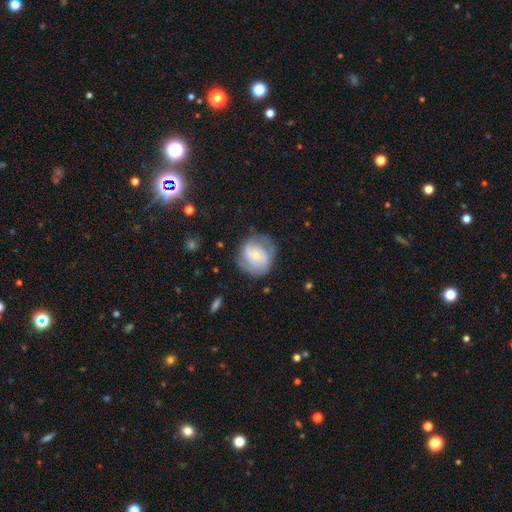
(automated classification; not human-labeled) Q: Smooth or featured?
A: featured or disk (59%); runner-up: smooth (34%)
Q: Edge-on disk?
A: no (97%); runner-up: yes (3%)
Q: Bar?
A: no (61%); runner-up: weak (29%)
Q: Spiral arms?
A: yes (76%); runner-up: no (24%)
Q: Bulge size?
A: small (61%); runner-up: moderate (33%)
Q: Merging?
A: none (67%); runner-up: minor disturbance (20%)